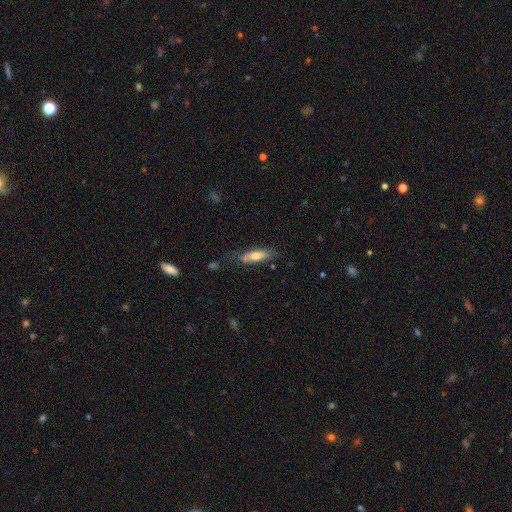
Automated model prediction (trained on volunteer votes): This appears to be a smooth galaxy with no disk features (65%) that is cigar-shaped (55%). Merging: none (64%).